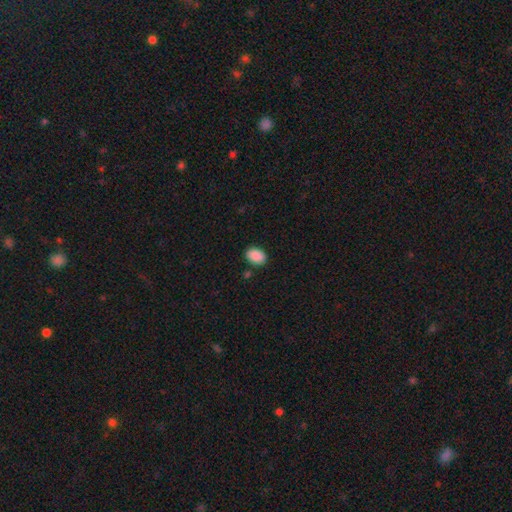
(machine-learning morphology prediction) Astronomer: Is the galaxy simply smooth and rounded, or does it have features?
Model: smooth — 90%.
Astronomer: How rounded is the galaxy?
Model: in between — 78%.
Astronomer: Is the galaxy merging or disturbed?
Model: none — 85%.